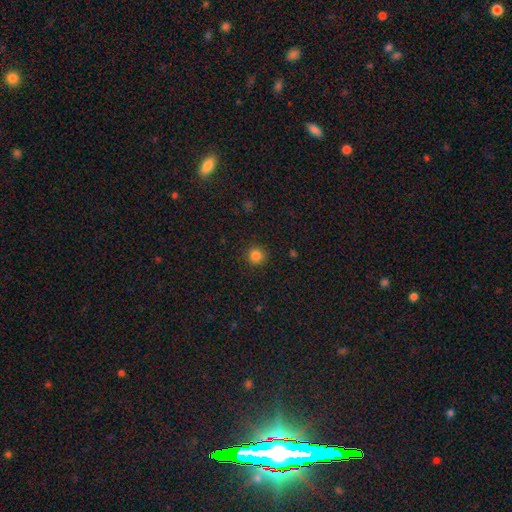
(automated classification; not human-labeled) smooth-or-featured: smooth: 84% | star or artifact: 12% | featured or disk: 4%
  how-rounded: round: 95% | in between: 4% | cigar-shaped: 1%
  merging: none: 91% | minor disturbance: 6% | major disturbance: 2% | merger: 1%